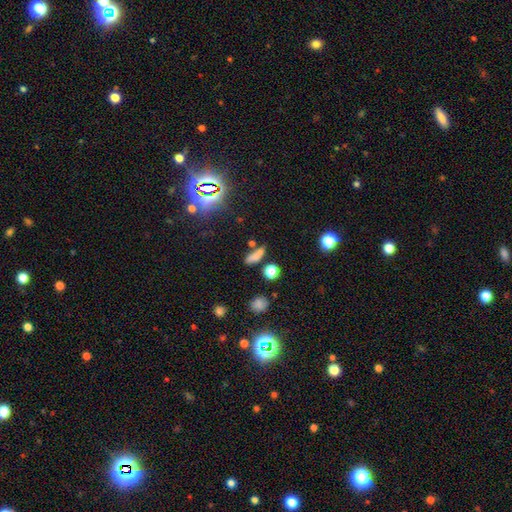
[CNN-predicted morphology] The model was most divided on "how rounded": in between: 52%, cigar-shaped: 33%, round: 15%. More confident: smooth or featured — smooth (68%); merging — none (54%).